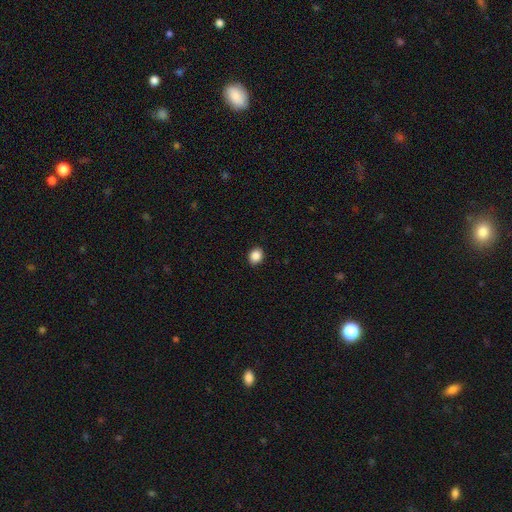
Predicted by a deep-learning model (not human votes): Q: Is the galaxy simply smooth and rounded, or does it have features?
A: smooth — 88%.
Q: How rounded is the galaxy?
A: round — 57%.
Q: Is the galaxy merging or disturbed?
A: none — 90%.